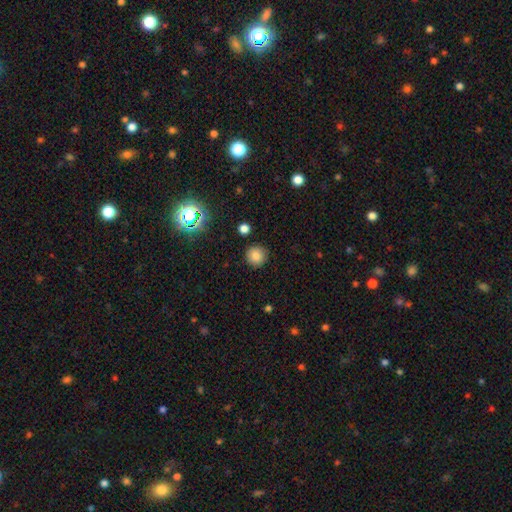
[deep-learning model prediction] The model was most divided on "smooth or featured": smooth: 81%, star or artifact: 13%, featured or disk: 6%. More confident: how rounded — round (94%); merging — none (89%).